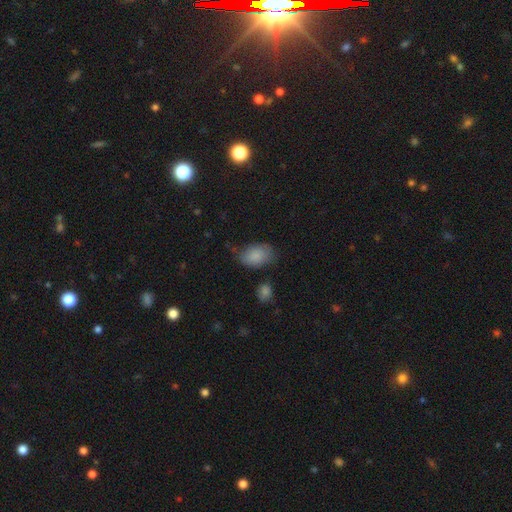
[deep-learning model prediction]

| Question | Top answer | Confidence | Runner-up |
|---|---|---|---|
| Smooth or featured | smooth | 86% | featured or disk (7%) |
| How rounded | in between | 88% | round (10%) |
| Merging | none | 63% | minor disturbance (25%) |